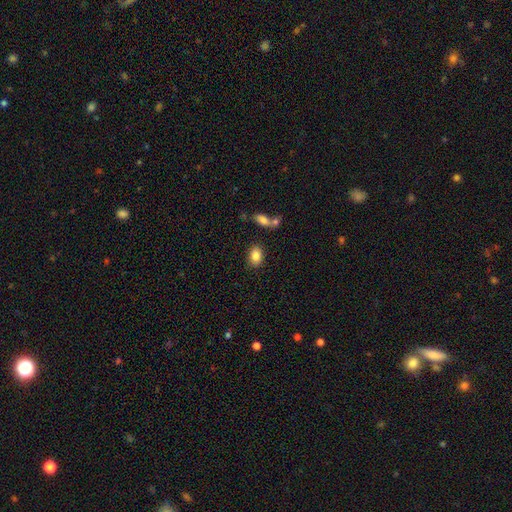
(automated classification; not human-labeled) A smooth galaxy with no disk features (85%) that is in between round and cigar-shaped (78%). Merging: none (83%).